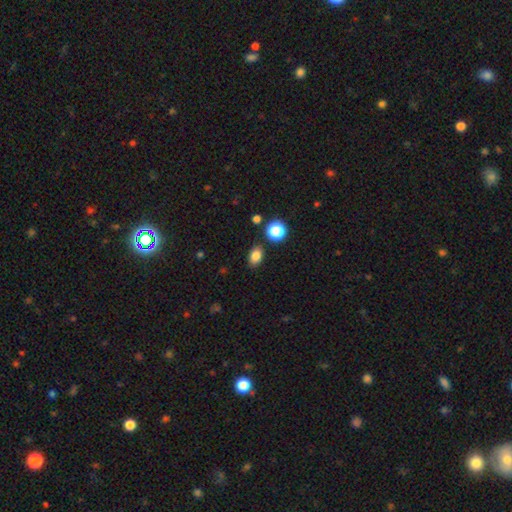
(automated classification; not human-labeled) Morphology: type=smooth (83%); roundness=in between (77%); merging=none (84%).